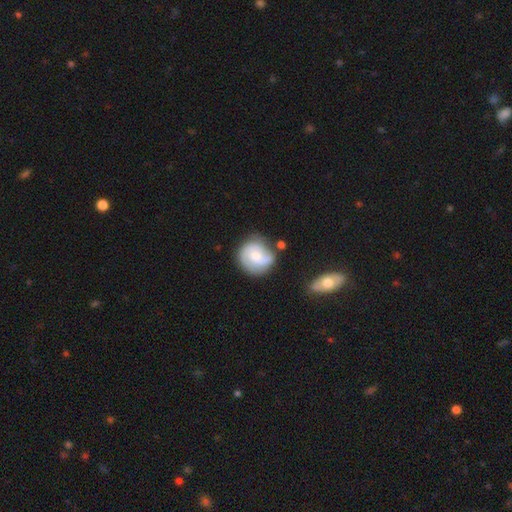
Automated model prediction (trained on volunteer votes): Overall: featured or disk (65%; smooth 29%). Edge-on disk: no (98%). Bar: no (60%; weak 34%). Spiral arms: yes (92%). Spiral arm count: 2 (65%). Spiral winding: medium (44%; tight 38%). Bulge size: moderate (49%; small 42%). Merging: none (66%).